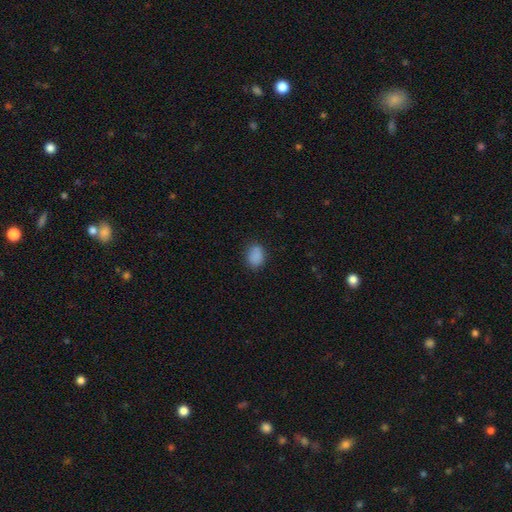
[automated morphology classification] type=smooth (87%); roundness=in between (68%); merging=none (81%).